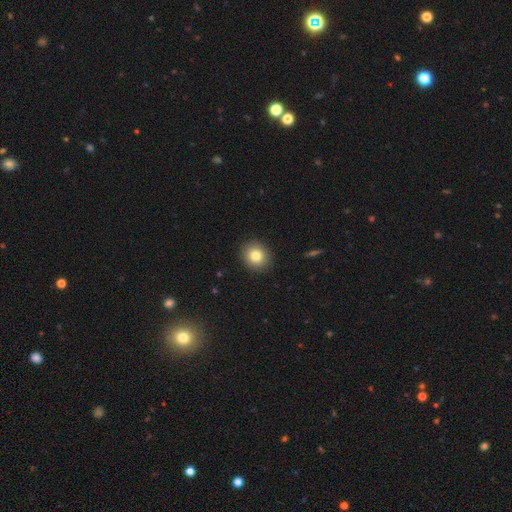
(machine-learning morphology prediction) Q: Smooth or featured?
A: smooth (81%); runner-up: star or artifact (10%)
Q: How rounded?
A: round (78%); runner-up: in between (21%)
Q: Merging?
A: none (91%); runner-up: minor disturbance (6%)